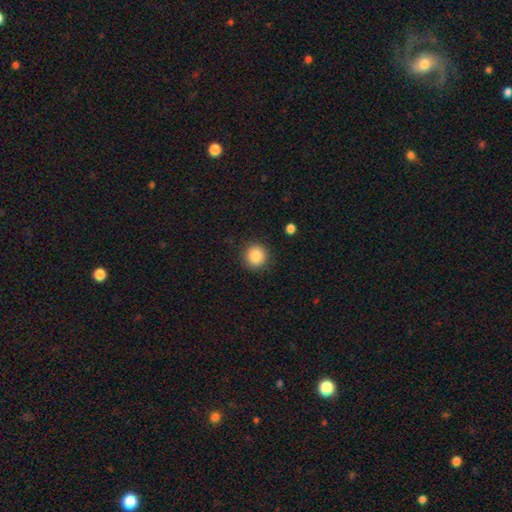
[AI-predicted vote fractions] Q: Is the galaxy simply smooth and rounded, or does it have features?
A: smooth — 87%.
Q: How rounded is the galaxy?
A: round — 92%.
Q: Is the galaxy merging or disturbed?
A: none — 90%.